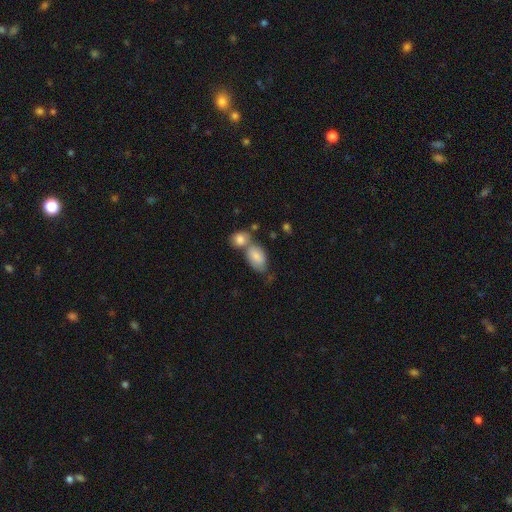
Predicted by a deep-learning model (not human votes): smooth-or-featured: smooth: 72% | featured or disk: 18% | star or artifact: 10%
  how-rounded: in between: 84% | round: 14% | cigar-shaped: 2%
  merging: merger: 48% | none: 33% | minor disturbance: 13% | major disturbance: 6%